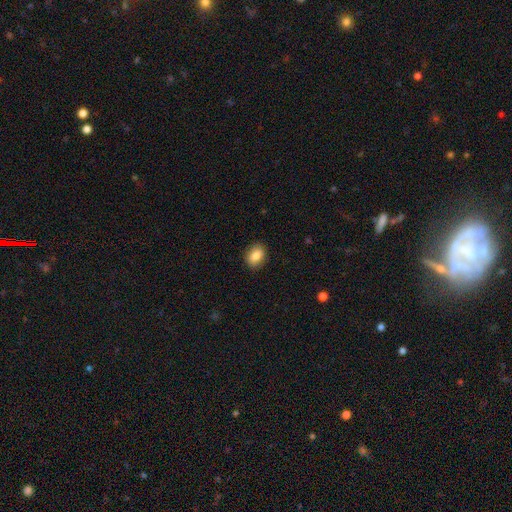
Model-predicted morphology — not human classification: The model was most divided on "how rounded": in between: 66%, round: 33%, cigar-shaped: 1%. More confident: merging — none (88%); smooth or featured — smooth (86%).